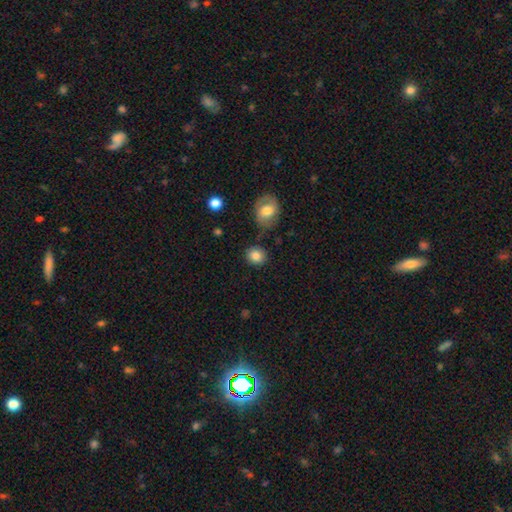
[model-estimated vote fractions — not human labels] Smooth or featured?
  - smooth: 85% *
  - star or artifact: 9%
  - featured or disk: 7%
How rounded?
  - round: 81% *
  - in between: 18%
  - cigar-shaped: 1%
Merging?
  - none: 83% *
  - minor disturbance: 10%
  - merger: 4%
  - major disturbance: 3%